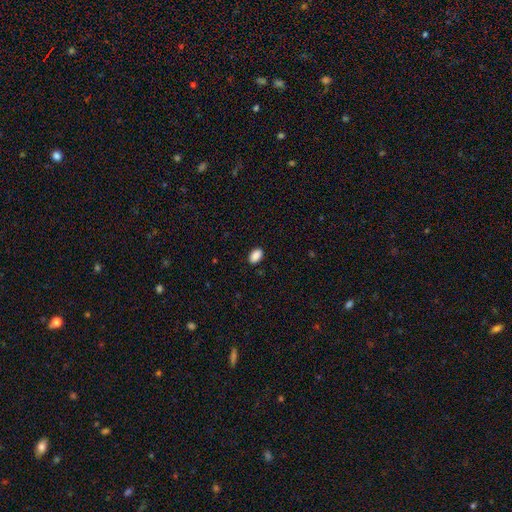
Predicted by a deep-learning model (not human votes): The model was most divided on "how rounded": in between: 90%, round: 9%, cigar-shaped: 1%. More confident: smooth or featured — smooth (90%); merging — none (89%).